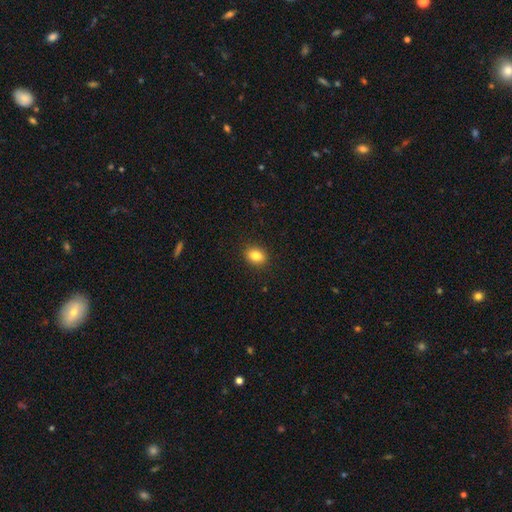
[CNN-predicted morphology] This is clearly a smooth galaxy (84%). How rounded: likely in between (62%). Merging: clearly none (90%).